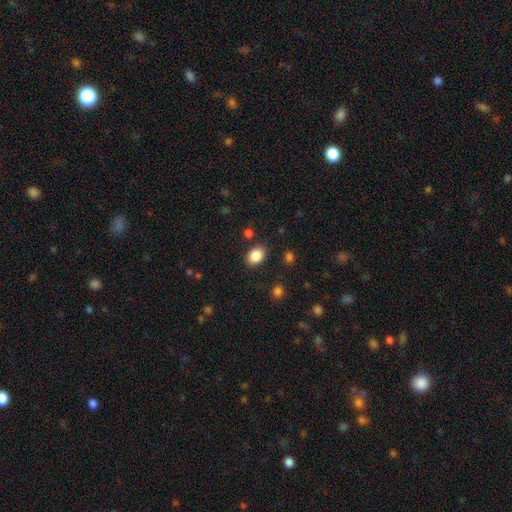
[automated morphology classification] Smooth or featured? Predicted: smooth (p=0.88). How rounded? Predicted: in between (p=0.81). Merging? Predicted: none (p=0.85).